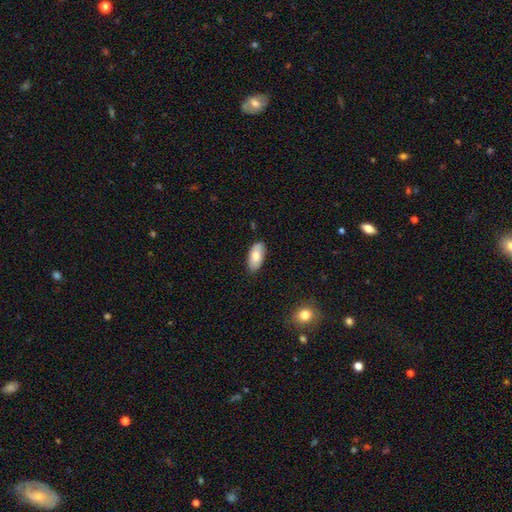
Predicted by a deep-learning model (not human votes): A smooth galaxy with no disk features (77%) that is in between round and cigar-shaped (93%). Merging: none (82%).